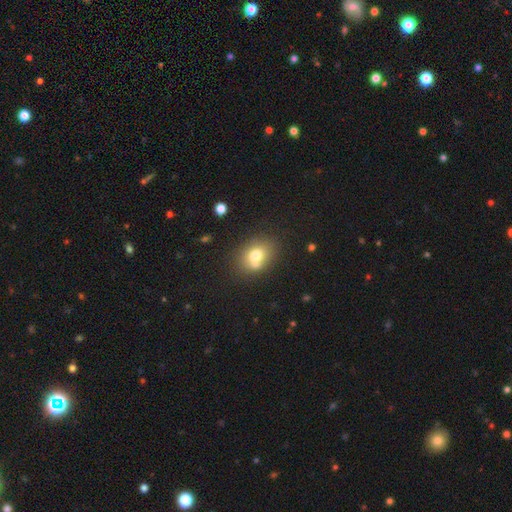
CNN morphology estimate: The model was most divided on "how rounded": in between: 51%, round: 48%, cigar-shaped: 1%. More confident: smooth or featured — smooth (72%); merging — none (58%).